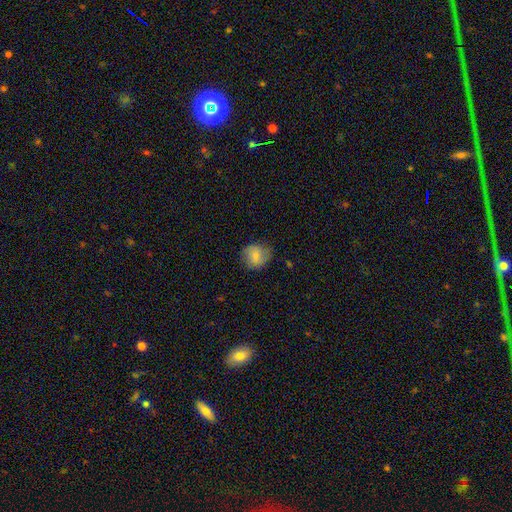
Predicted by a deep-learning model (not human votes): The model was most divided on "merging": none: 74%, minor disturbance: 20%, major disturbance: 5%, merger: 1%. More confident: how rounded — round (81%); smooth or featured — smooth (74%).